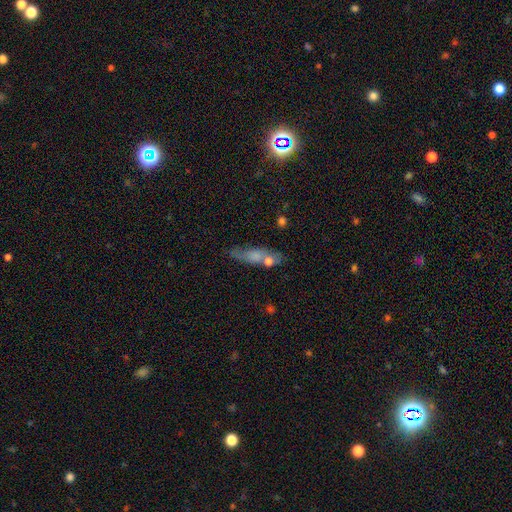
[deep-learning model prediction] The model was most divided on "how rounded": cigar-shaped: 57%, in between: 37%, round: 7%. More confident: merging — none (59%); smooth or featured — smooth (54%).